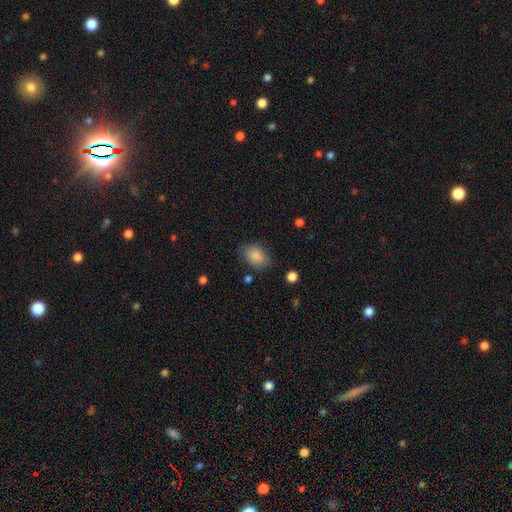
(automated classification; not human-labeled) smooth_or_featured: smooth (p=0.86) [alt: star or artifact p=0.08]
how_rounded: in between (p=0.79) [alt: round p=0.20]
merging: none (p=0.72) [alt: minor disturbance p=0.20]